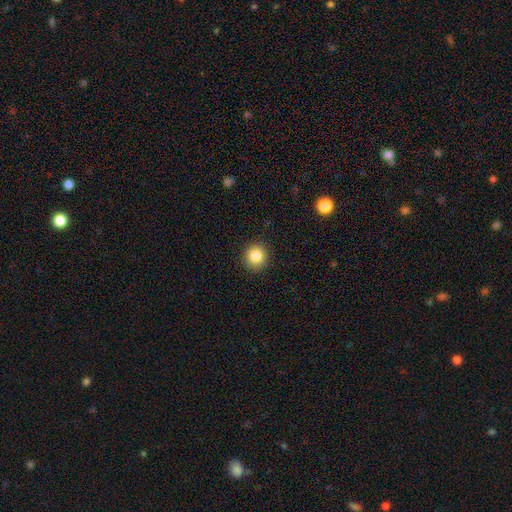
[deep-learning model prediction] A smooth galaxy with no disk features (85%) that is round (91%).

Vote fractions:
- Smooth or featured? smooth: 85% / star or artifact: 10% / featured or disk: 5%
- How rounded? round: 91% / in between: 8% / cigar-shaped: 1%
- Merging? none: 91% / minor disturbance: 6% / major disturbance: 2% / merger: 1%